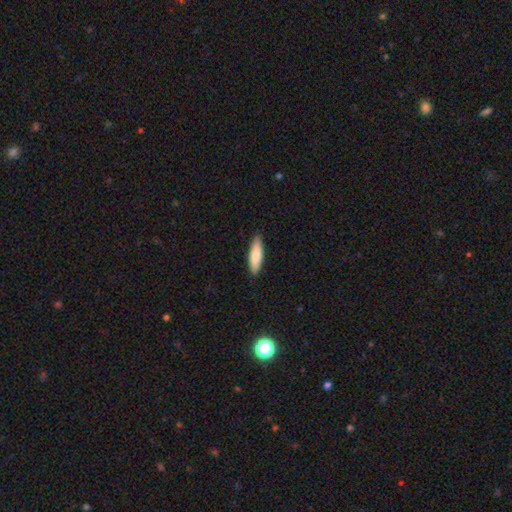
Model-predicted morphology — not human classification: This appears to be a smooth galaxy with no disk features (82%) that is cigar-shaped (57%). Merging: none (90%).